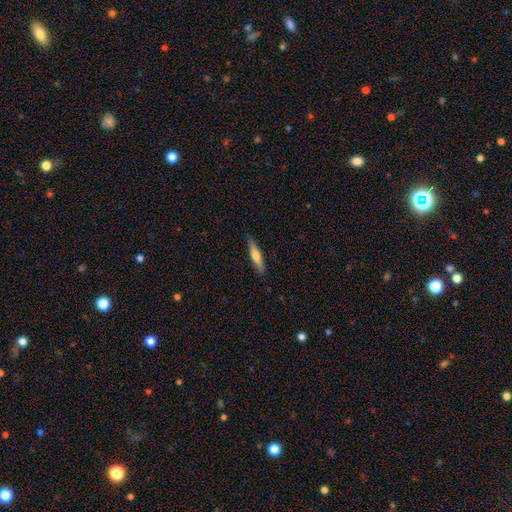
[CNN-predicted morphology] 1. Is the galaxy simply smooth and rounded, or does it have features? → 61% smooth, 33% featured or disk, 6% star or artifact.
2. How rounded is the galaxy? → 86% cigar-shaped, 13% in between, 1% round.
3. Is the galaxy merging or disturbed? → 87% none, 10% minor disturbance, 2% major disturbance, 1% merger.